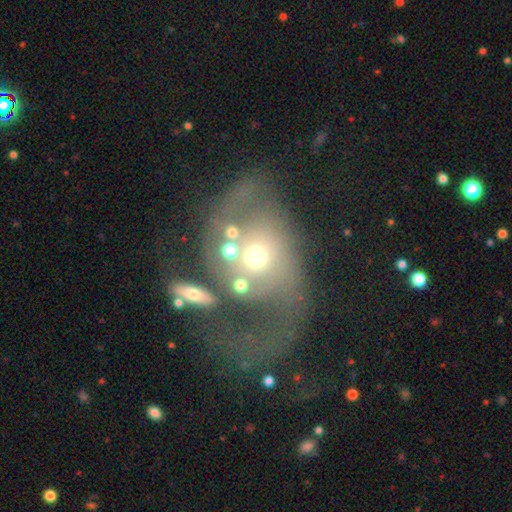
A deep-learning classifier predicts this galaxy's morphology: Smooth or featured: featured or disk — 52% (smooth — 35%)
Edge-on disk: no — 93% (yes — 7%)
Merging: major disturbance — 36% (merger — 27%)